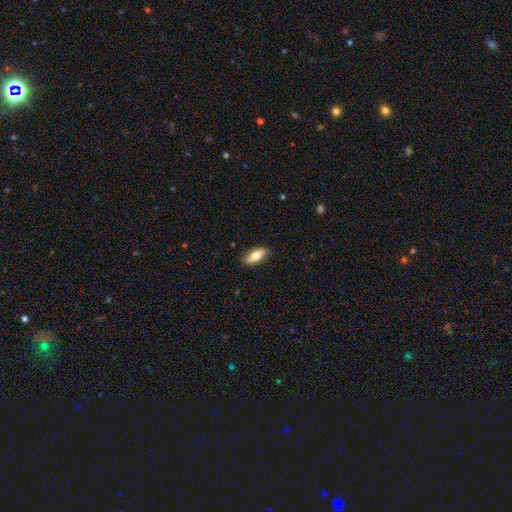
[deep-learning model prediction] Overall: smooth (71%). How rounded: in between (73%). Merging: none (87%).